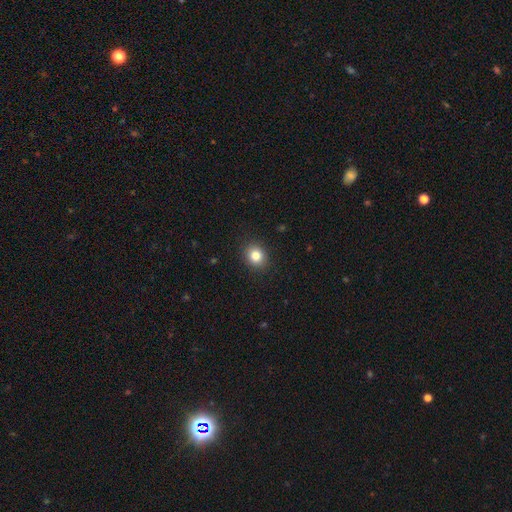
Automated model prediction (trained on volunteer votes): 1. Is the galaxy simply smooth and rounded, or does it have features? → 83% smooth, 10% star or artifact, 6% featured or disk.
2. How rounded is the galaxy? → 68% round, 32% in between, 1% cigar-shaped.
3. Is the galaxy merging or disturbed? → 90% none, 7% minor disturbance, 2% major disturbance, 1% merger.